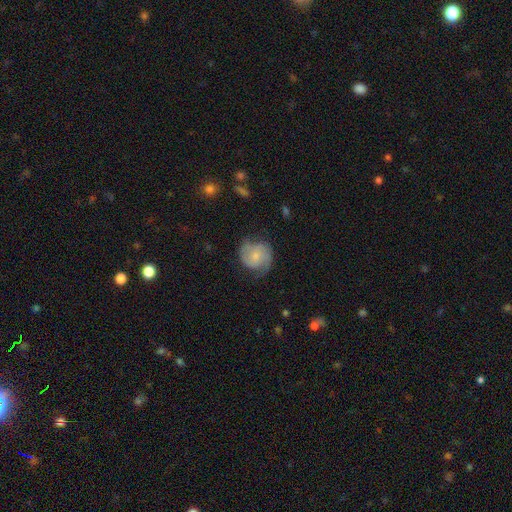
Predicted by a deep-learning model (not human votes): A featured or disk galaxy (61%) with no bar (61%), 2 (80%) medium (46%) spiral arms (91%) and a small central bulge (59%). Merging: none (63%).